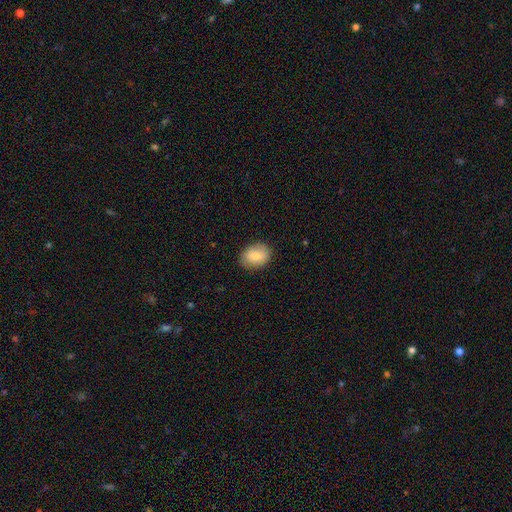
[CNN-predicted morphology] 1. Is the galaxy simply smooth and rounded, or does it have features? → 81% smooth, 12% featured or disk, 7% star or artifact.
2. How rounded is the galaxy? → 67% in between, 32% round, 1% cigar-shaped.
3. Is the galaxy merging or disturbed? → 86% none, 10% minor disturbance, 3% major disturbance, 1% merger.